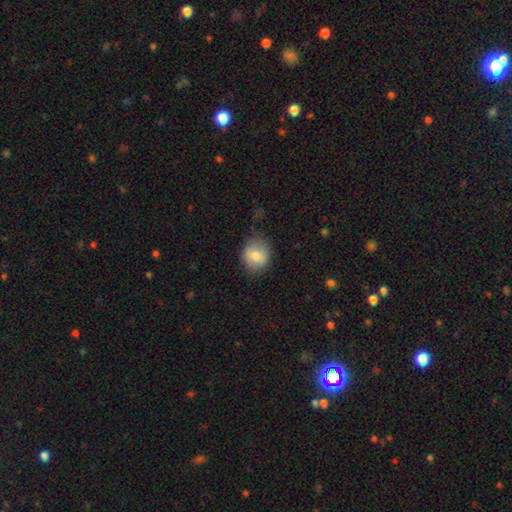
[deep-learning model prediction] Smooth or featured?
  - smooth: 77% *
  - featured or disk: 15%
  - star or artifact: 8%
How rounded?
  - round: 73% *
  - in between: 26%
  - cigar-shaped: 1%
Merging?
  - none: 72% *
  - minor disturbance: 21%
  - major disturbance: 6%
  - merger: 2%